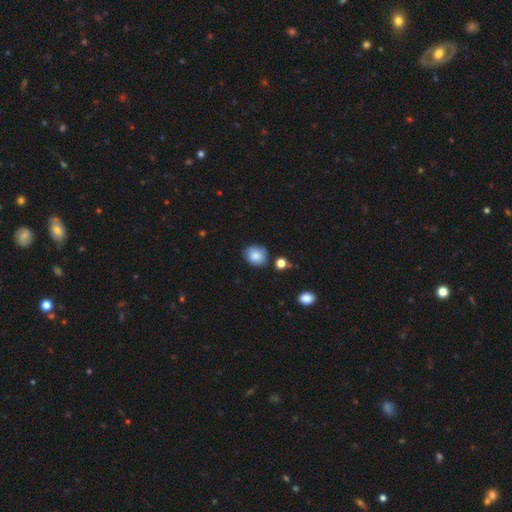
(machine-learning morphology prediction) smooth-or-featured: smooth: 84% | star or artifact: 9% | featured or disk: 7%
  how-rounded: round: 66% | in between: 33% | cigar-shaped: 1%
  merging: none: 76% | minor disturbance: 16% | merger: 4% | major disturbance: 3%